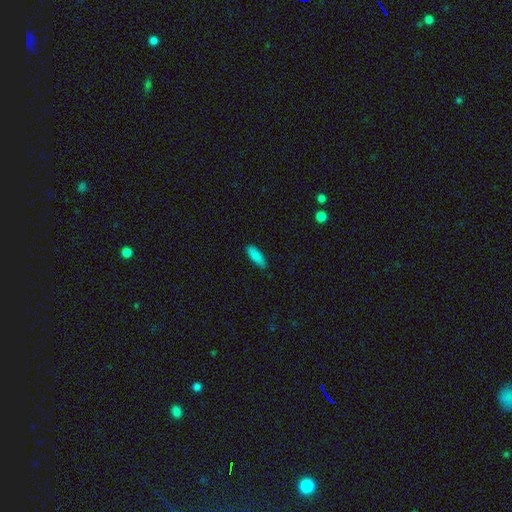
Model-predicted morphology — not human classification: smooth_or_featured: smooth (p=0.87) [alt: star or artifact p=0.07]
how_rounded: in between (p=0.61) [alt: cigar-shaped p=0.37]
merging: none (p=0.86) [alt: minor disturbance p=0.11]